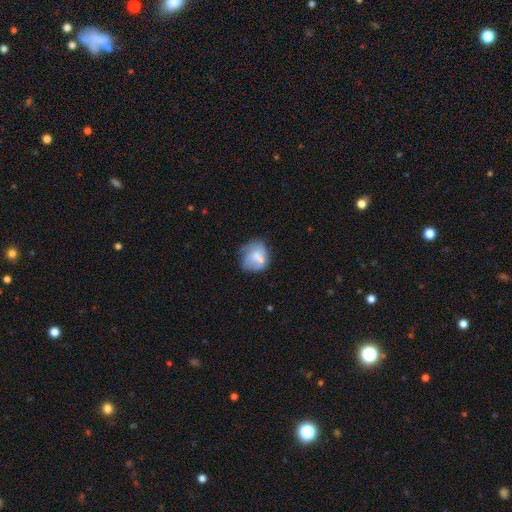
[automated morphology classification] smooth_or_featured: smooth (p=0.62) [alt: featured or disk p=0.29]
how_rounded: round (p=0.64) [alt: in between p=0.34]
merging: none (p=0.41) [alt: minor disturbance p=0.30]